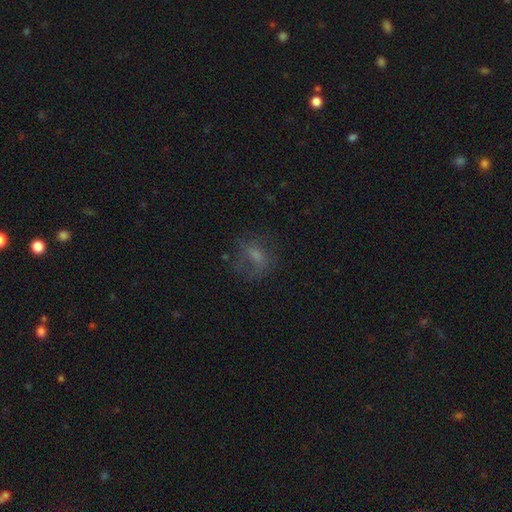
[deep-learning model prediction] Morphology: type=smooth (50%); merging=none (54%).